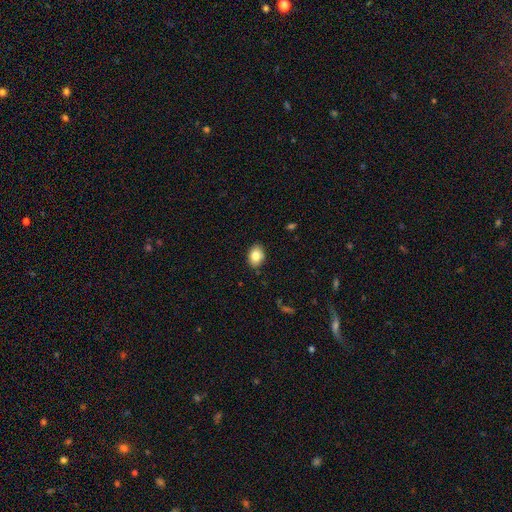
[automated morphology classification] Overall: smooth (83%). How rounded: in between (72%). Merging: none (86%).